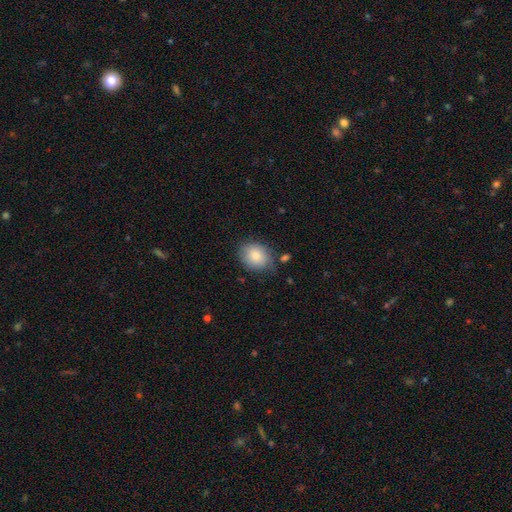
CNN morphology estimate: smooth_or_featured: smooth (p=0.84) [alt: featured or disk p=0.09]
how_rounded: in between (p=0.50) [alt: round p=0.49]
merging: none (p=0.71) [alt: minor disturbance p=0.21]